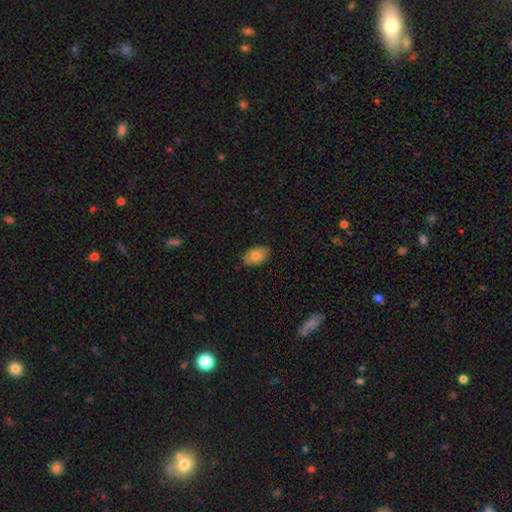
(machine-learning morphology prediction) smooth 79%, featured or disk 14%, star or artifact 7%. Down the decision tree: how rounded — in between (90%); merging — none (87%).